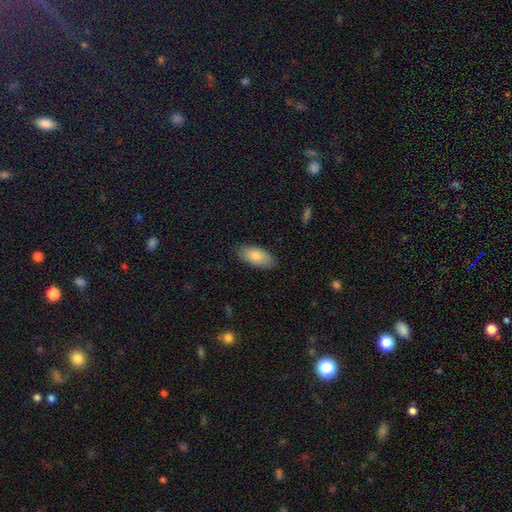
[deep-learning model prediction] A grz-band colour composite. It shows a smooth galaxy with no disk features (81%) that is in between round and cigar-shaped (91%). Merging: none (85%).